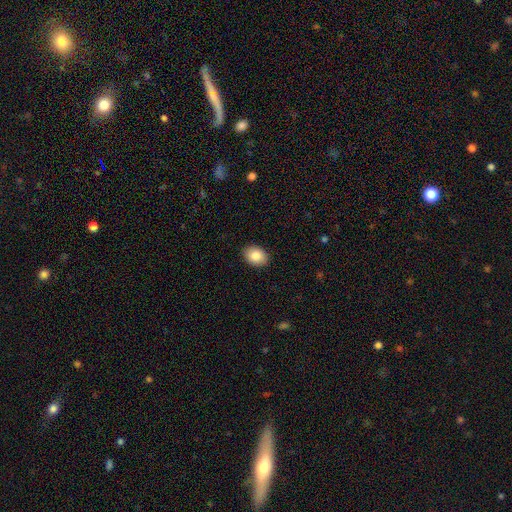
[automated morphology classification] This is clearly a smooth galaxy (86%). How rounded: likely in between (75%). Merging: clearly none (90%).